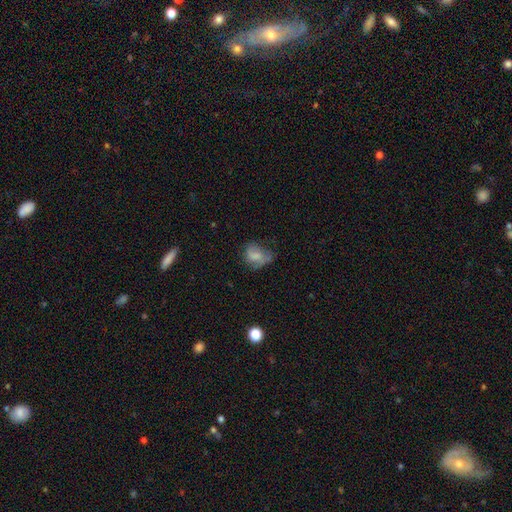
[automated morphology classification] This appears to be a smooth galaxy with no disk features (62%) that is in between round and cigar-shaped (61%). Merging: none (38%).